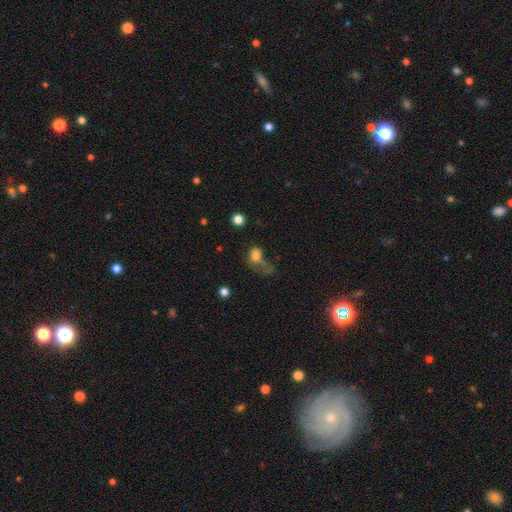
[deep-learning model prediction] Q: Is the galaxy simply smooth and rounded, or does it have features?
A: smooth — 71%.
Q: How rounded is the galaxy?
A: in between — 50%.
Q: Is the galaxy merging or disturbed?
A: major disturbance — 43%.